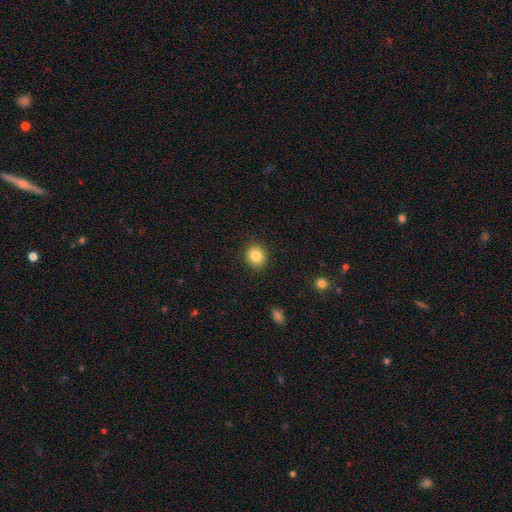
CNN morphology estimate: Smooth or featured?
  - smooth: 84% *
  - star or artifact: 10%
  - featured or disk: 6%
How rounded?
  - round: 78% *
  - in between: 21%
  - cigar-shaped: 1%
Merging?
  - none: 90% *
  - minor disturbance: 7%
  - major disturbance: 2%
  - merger: 1%